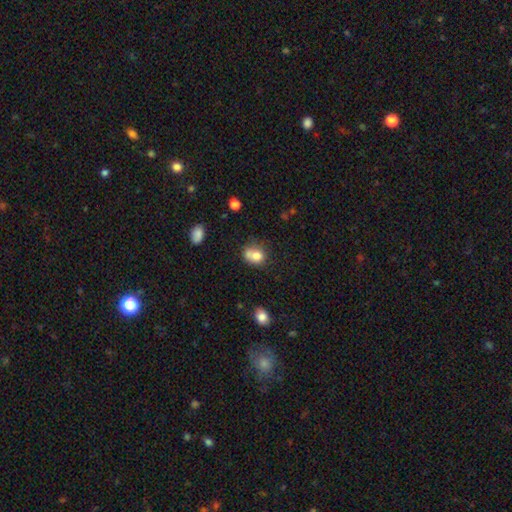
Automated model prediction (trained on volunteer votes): smooth-or-featured: smooth: 76% | featured or disk: 13% | star or artifact: 11%
  how-rounded: round: 56% | in between: 43% | cigar-shaped: 1%
  merging: none: 37% | merger: 33% | minor disturbance: 21% | major disturbance: 9%